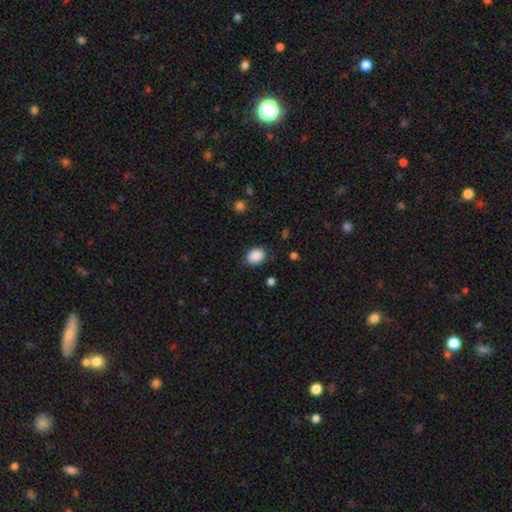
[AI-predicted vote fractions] Smooth or featured? Predicted: smooth (p=0.89). How rounded? Predicted: in between (p=0.63). Merging? Predicted: none (p=0.82).